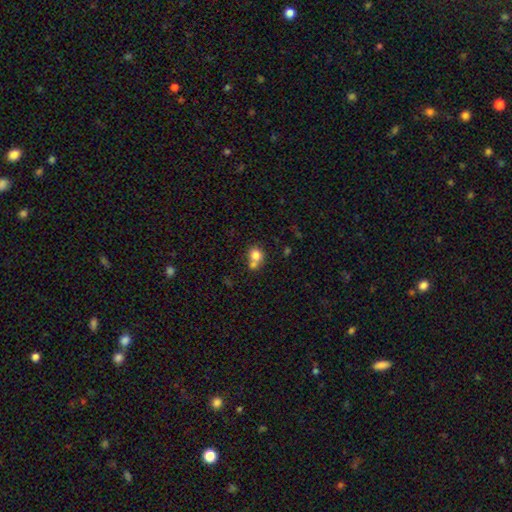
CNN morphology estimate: Overall: smooth (79%). How rounded: round (77%). Merging: merger (47%; none 41%).